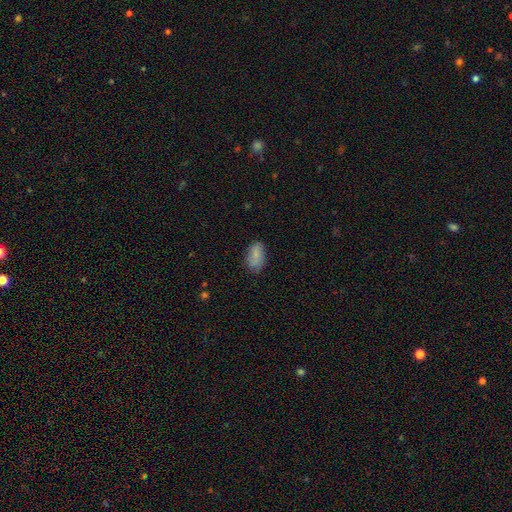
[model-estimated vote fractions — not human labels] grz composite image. It shows a smooth galaxy with no disk features (81%) that is in between round and cigar-shaped (92%). Merging: none (76%).